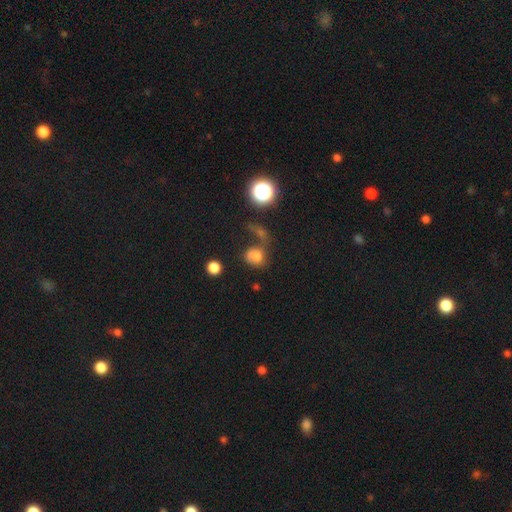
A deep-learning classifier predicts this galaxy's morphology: A smooth galaxy with no disk features (67%) that is round (63%). Merging: none (34%).